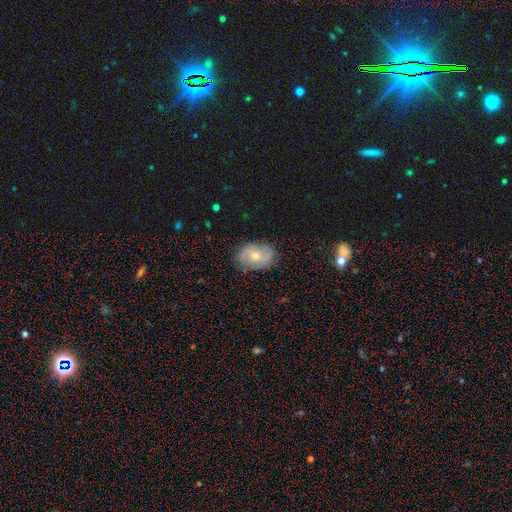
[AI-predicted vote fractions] Smooth or featured?
  - featured or disk: 63% *
  - smooth: 30%
  - star or artifact: 7%
Edge-on disk?
  - no: 96% *
  - yes: 4%
Bar?
  - no: 66% *
  - weak: 30%
  - strong: 5%
Spiral arms?
  - yes: 85% *
  - no: 15%
Spiral winding?
  - medium: 42% *
  - tight: 36%
  - loose: 22%
Spiral arm count?
  - 2: 62% *
  - can't tell: 22%
  - 3: 8%
  - 1: 4%
  - 4: 3%
  - more than 4: 2%
Bulge size?
  - moderate: 55% *
  - small: 40%
  - large: 3%
  - none: 2%
  - dominant: 1%
Merging?
  - none: 78% *
  - minor disturbance: 16%
  - major disturbance: 5%
  - merger: 1%